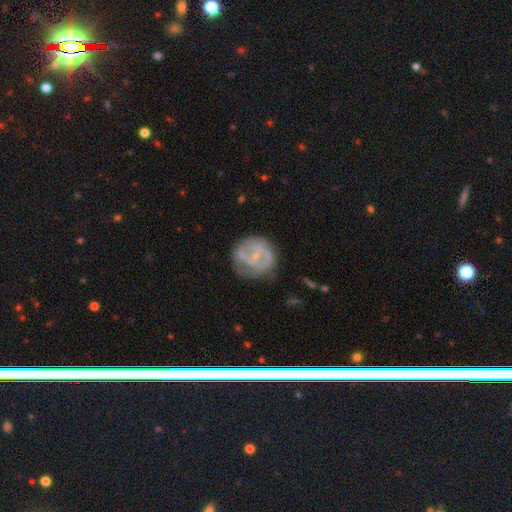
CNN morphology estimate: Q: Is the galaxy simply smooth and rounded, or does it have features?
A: featured or disk — 71%.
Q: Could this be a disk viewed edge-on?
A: no — 97%.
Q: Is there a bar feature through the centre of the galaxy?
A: weak — 42%, tied with no.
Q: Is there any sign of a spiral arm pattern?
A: yes — 71%.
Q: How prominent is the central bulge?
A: small — 72%.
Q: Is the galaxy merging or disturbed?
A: none — 63%.